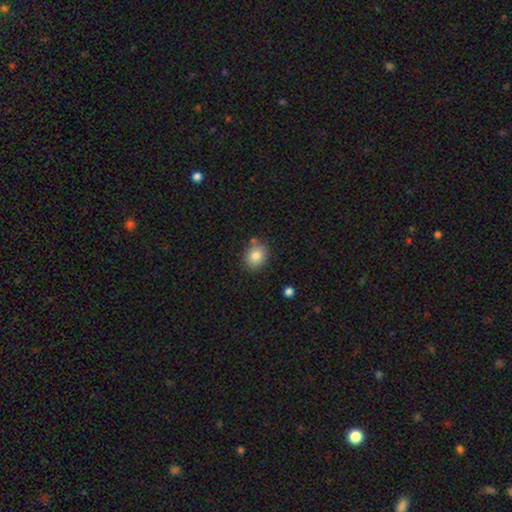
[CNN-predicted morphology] Q: Smooth or featured?
A: smooth (84%); runner-up: star or artifact (9%)
Q: How rounded?
A: round (53%); runner-up: in between (46%)
Q: Merging?
A: none (78%); runner-up: minor disturbance (13%)